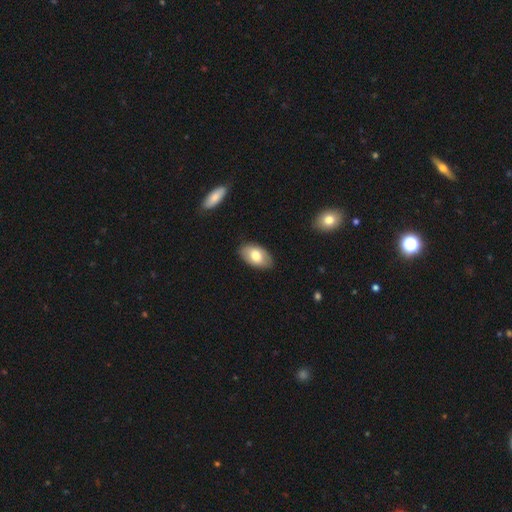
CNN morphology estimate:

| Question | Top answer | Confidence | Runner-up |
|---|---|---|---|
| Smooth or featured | smooth | 72% | featured or disk (22%) |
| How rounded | in between | 94% | round (4%) |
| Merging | none | 85% | minor disturbance (11%) |